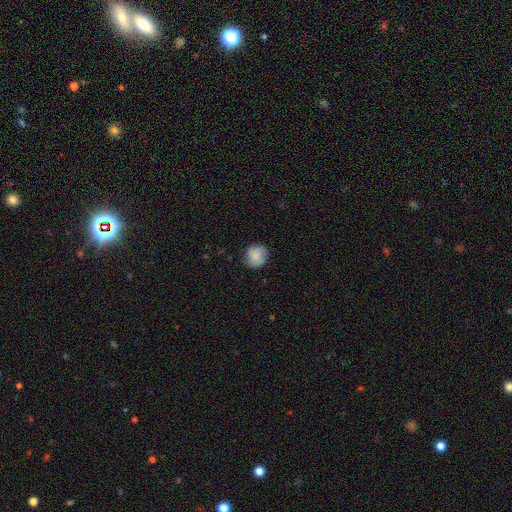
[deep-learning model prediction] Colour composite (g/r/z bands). It shows a smooth galaxy with no disk features (78%) that is round (85%). Merging: none (75%).